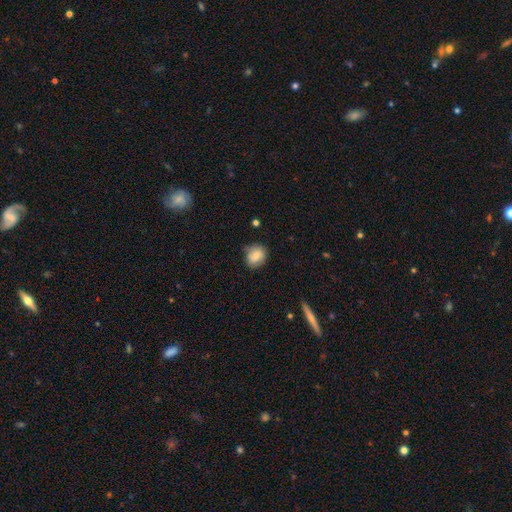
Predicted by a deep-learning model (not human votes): Smooth or featured?
  - smooth: 78% *
  - featured or disk: 13%
  - star or artifact: 8%
How rounded?
  - round: 65% *
  - in between: 34%
  - cigar-shaped: 1%
Merging?
  - none: 72% *
  - minor disturbance: 21%
  - major disturbance: 4%
  - merger: 2%